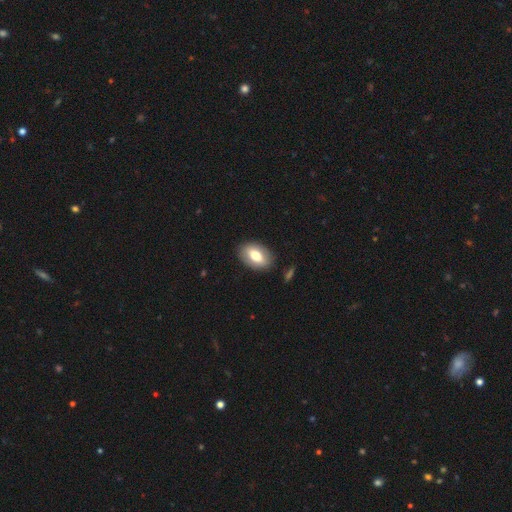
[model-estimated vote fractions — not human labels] The model was most divided on "smooth or featured": smooth: 70%, featured or disk: 23%, star or artifact: 7%. More confident: how rounded — in between (88%); merging — none (86%).